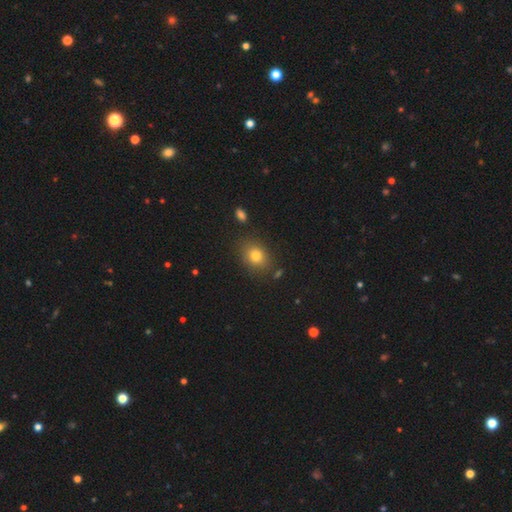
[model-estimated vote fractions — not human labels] Smooth or featured? Predicted: smooth (p=0.80). How rounded? Predicted: in between (p=0.50). Merging? Predicted: none (p=0.81).